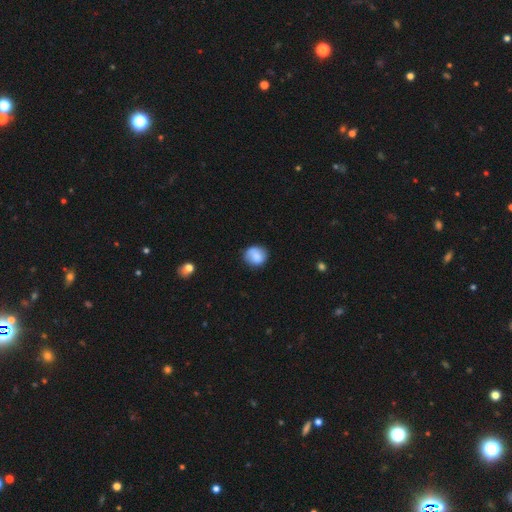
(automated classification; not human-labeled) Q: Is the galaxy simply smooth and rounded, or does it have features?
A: smooth — 81%.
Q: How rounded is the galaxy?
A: round — 80%.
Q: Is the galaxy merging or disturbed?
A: none — 76%.